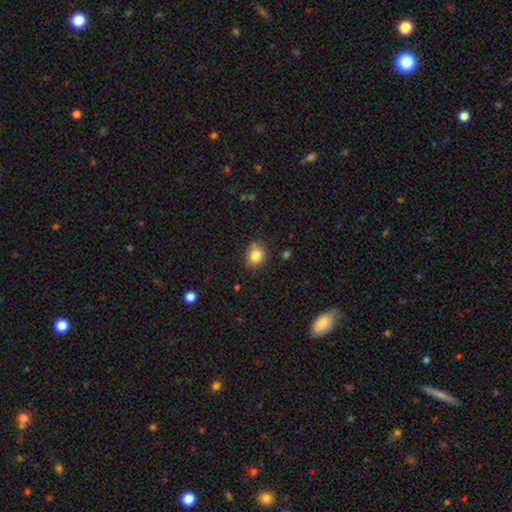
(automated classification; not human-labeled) This appears to be a smooth galaxy with no disk features (83%) that is round (66%). Merging: none (75%).